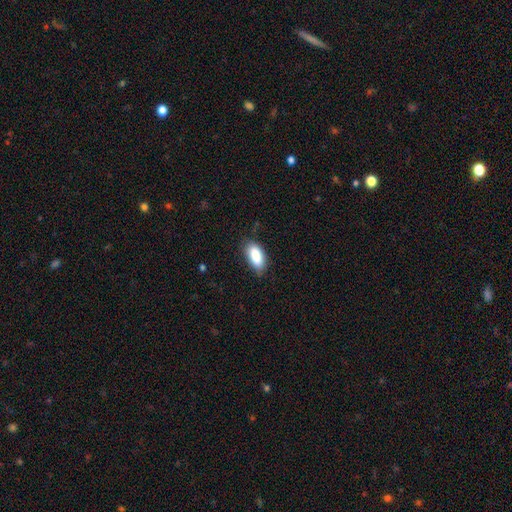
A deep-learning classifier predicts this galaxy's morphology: smooth_or_featured: smooth (p=0.87) [alt: star or artifact p=0.07]
how_rounded: in between (p=0.91) [alt: cigar-shaped p=0.07]
merging: none (p=0.76) [alt: minor disturbance p=0.20]